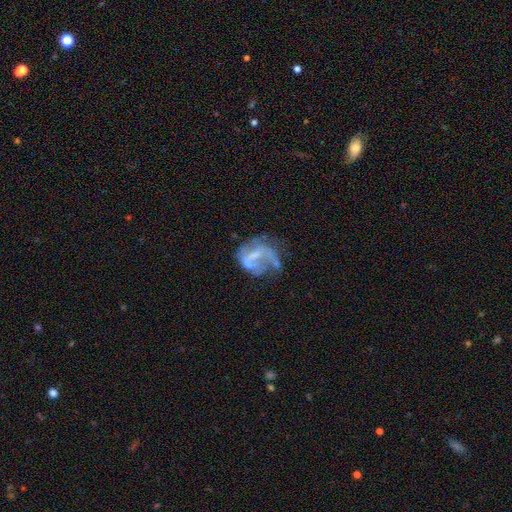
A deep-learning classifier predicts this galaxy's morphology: smooth-or-featured: featured or disk: 65% | smooth: 24% | star or artifact: 11%
  disk-edge-on: no: 98% | yes: 2%
    bar: no: 53% | weak: 35% | strong: 12%
    has-spiral-arms: no: 59% | yes: 41%
    bulge-size: none: 44% | small: 33% | moderate: 20% | large: 2% | dominant: 1%
  merging: major disturbance: 39% | none: 32% | minor disturbance: 20% | merger: 9%